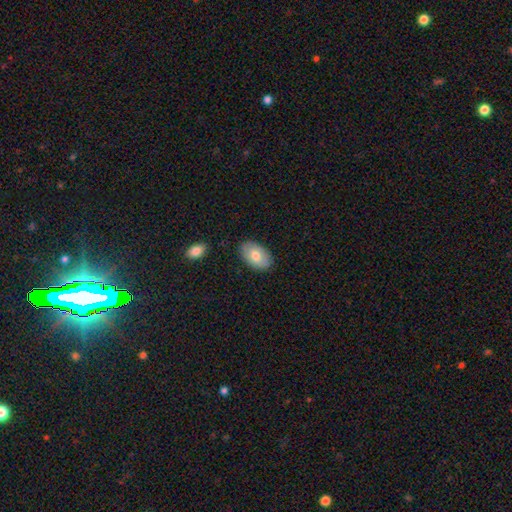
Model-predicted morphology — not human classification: A smooth galaxy with no disk features (73%) that is in between round and cigar-shaped (92%).

Vote fractions:
- Smooth or featured? smooth: 73% / featured or disk: 20% / star or artifact: 6%
- How rounded? in between: 92% / round: 7% / cigar-shaped: 1%
- Merging? none: 84% / minor disturbance: 12% / major disturbance: 2% / merger: 2%